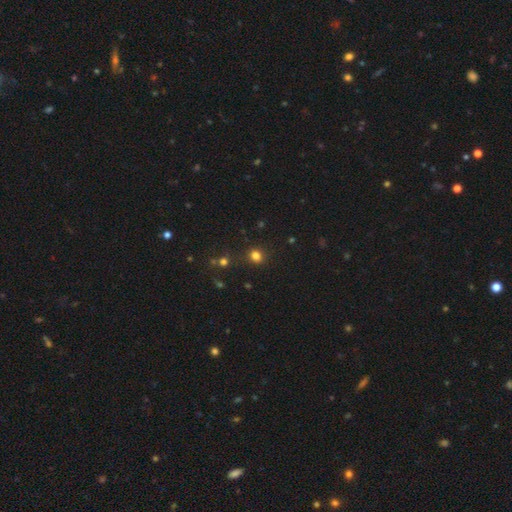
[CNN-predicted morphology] Q: Smooth or featured?
A: smooth (79%); runner-up: star or artifact (16%)
Q: How rounded?
A: round (78%); runner-up: in between (21%)
Q: Merging?
A: none (85%); runner-up: minor disturbance (8%)